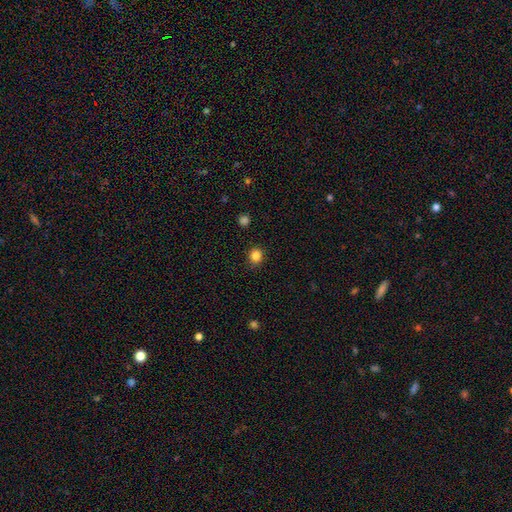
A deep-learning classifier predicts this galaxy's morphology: This appears to be a smooth galaxy with no disk features (85%) that is round (79%). Merging: none (88%).